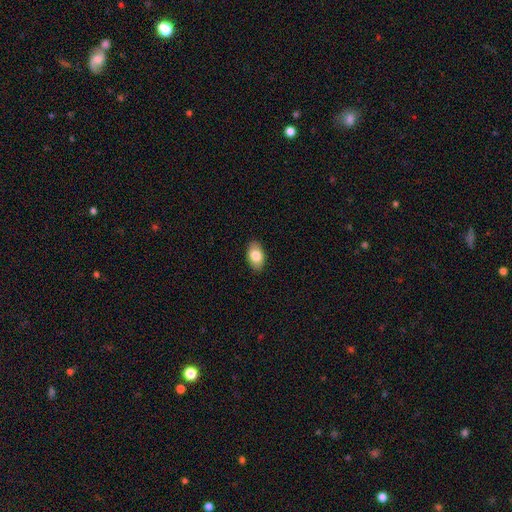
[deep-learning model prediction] A smooth galaxy with no disk features (82%) that is in between round and cigar-shaped (92%). Merging: none (88%).